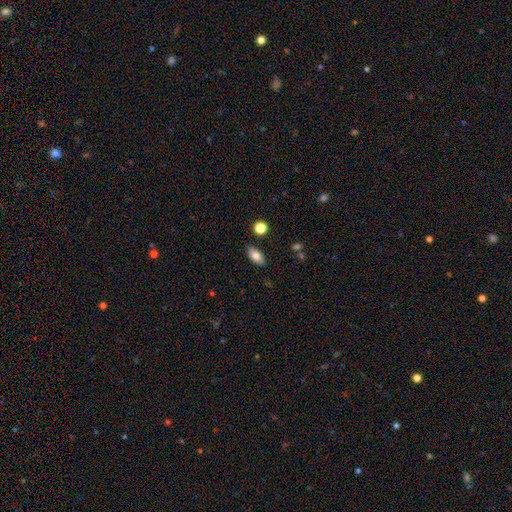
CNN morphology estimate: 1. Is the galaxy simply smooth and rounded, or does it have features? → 79% smooth, 13% featured or disk, 8% star or artifact.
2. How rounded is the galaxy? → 89% in between, 6% cigar-shaped, 5% round.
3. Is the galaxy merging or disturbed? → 85% none, 11% minor disturbance, 2% merger, 2% major disturbance.